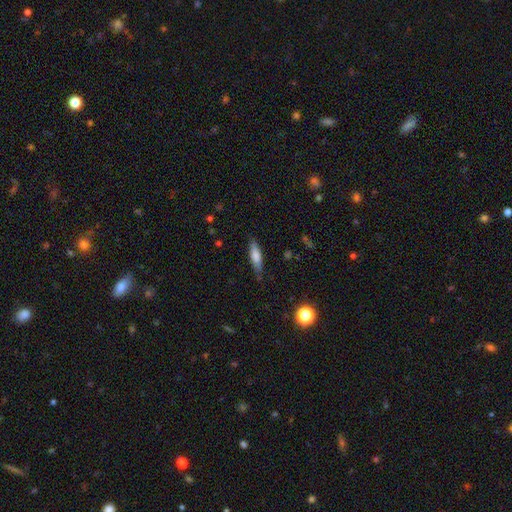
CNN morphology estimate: Q: Smooth or featured?
A: smooth (70%); runner-up: featured or disk (23%)
Q: How rounded?
A: cigar-shaped (65%); runner-up: in between (33%)
Q: Merging?
A: none (78%); runner-up: minor disturbance (17%)